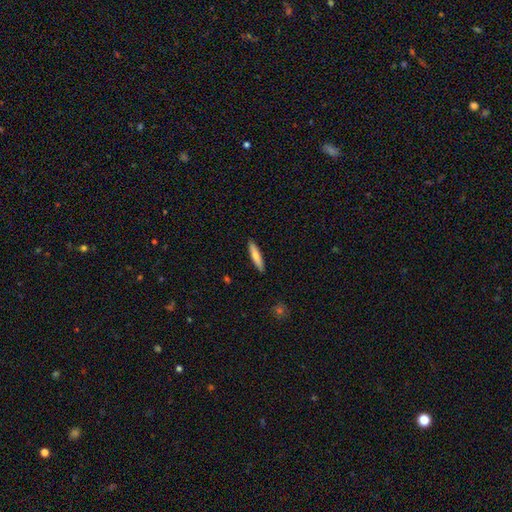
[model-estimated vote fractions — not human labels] smooth 74%, featured or disk 21%, star or artifact 5%. Down the decision tree: how rounded — cigar-shaped (86%); merging — none (91%).